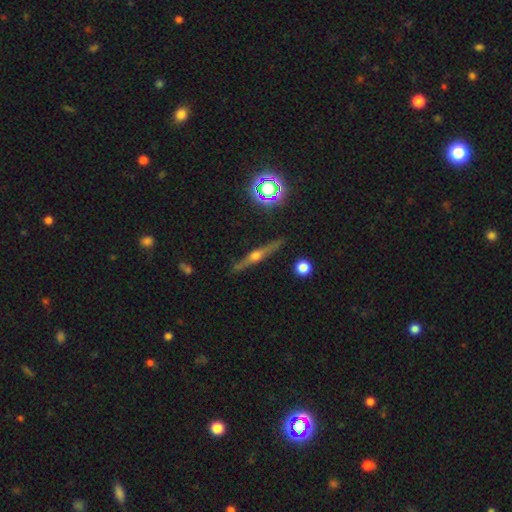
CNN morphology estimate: A featured or disk galaxy (75%) viewed edge-on (97%) with a rounded central bulge (92%).

Vote fractions:
- Smooth or featured? featured or disk: 75% / smooth: 16% / star or artifact: 9%
- Edge-on disk? yes: 97% / no: 3%
- Edge-on bulge? rounded: 92% / boxy: 5% / none: 3%
- Merging? none: 87% / minor disturbance: 9% / major disturbance: 2% / merger: 2%